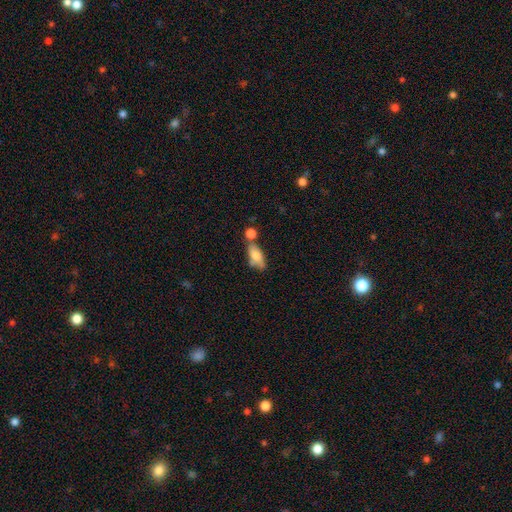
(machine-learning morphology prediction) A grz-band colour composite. It shows a smooth galaxy with no disk features (74%) that is in between round and cigar-shaped (82%). Merging: none (43%).